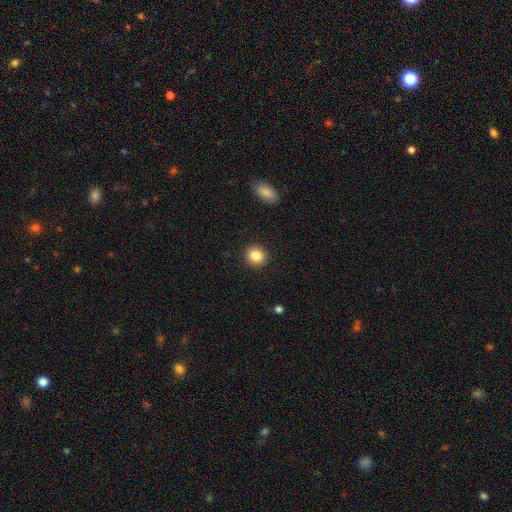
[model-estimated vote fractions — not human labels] This appears to be a smooth galaxy with no disk features (86%) that is round (89%). Merging: none (91%).